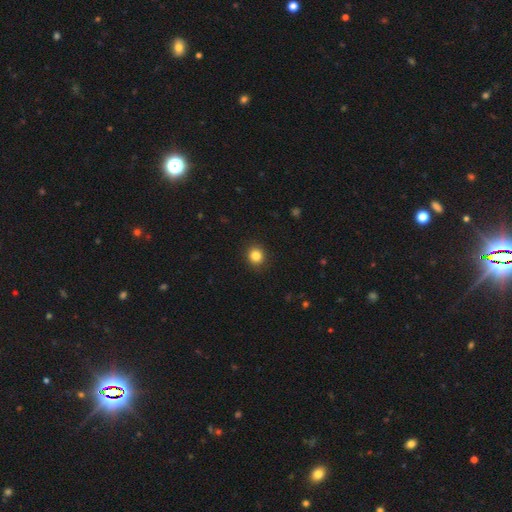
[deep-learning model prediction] A smooth galaxy with no disk features (84%) that is round (87%).

Vote fractions:
- Smooth or featured? smooth: 84% / star or artifact: 11% / featured or disk: 4%
- How rounded? round: 87% / in between: 12% / cigar-shaped: 1%
- Merging? none: 91% / minor disturbance: 6% / major disturbance: 2% / merger: 1%